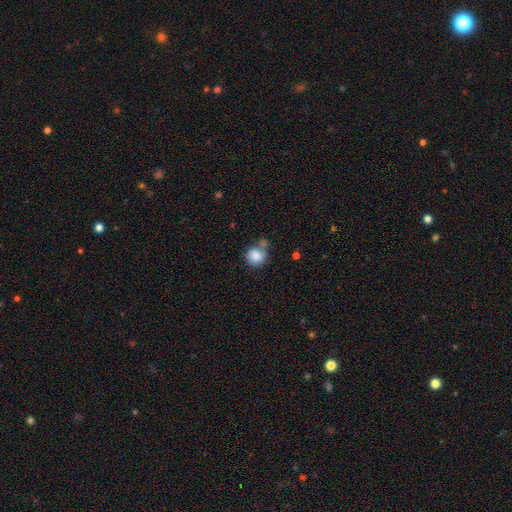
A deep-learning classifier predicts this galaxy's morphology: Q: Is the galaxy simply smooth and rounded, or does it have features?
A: smooth — 85%.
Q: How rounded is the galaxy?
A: round — 88%.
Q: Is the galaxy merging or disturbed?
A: none — 56%.